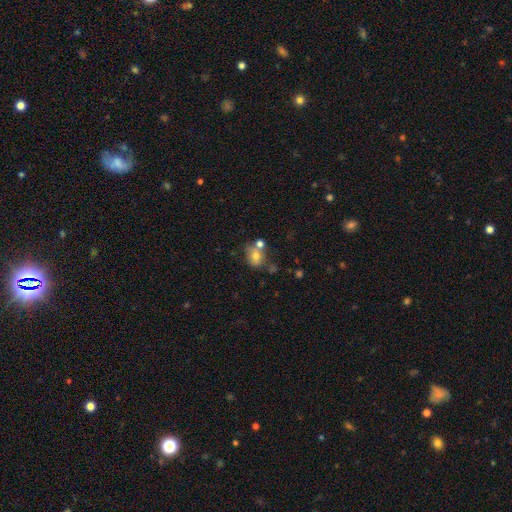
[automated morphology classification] A smooth galaxy with no disk features (71%) that is in between round and cigar-shaped (53%).

Vote fractions:
- Smooth or featured? smooth: 71% / featured or disk: 18% / star or artifact: 12%
- How rounded? in between: 53% / round: 46% / cigar-shaped: 1%
- Merging? none: 45% / merger: 33% / minor disturbance: 16% / major disturbance: 7%